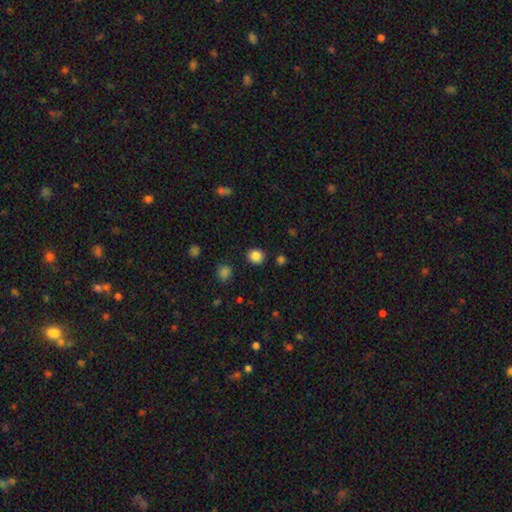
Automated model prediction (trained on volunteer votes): A smooth galaxy with no disk features (85%) that is round (82%).

Vote fractions:
- Smooth or featured? smooth: 85% / star or artifact: 11% / featured or disk: 4%
- How rounded? round: 82% / in between: 17% / cigar-shaped: 1%
- Merging? none: 88% / minor disturbance: 7% / major disturbance: 2% / merger: 2%